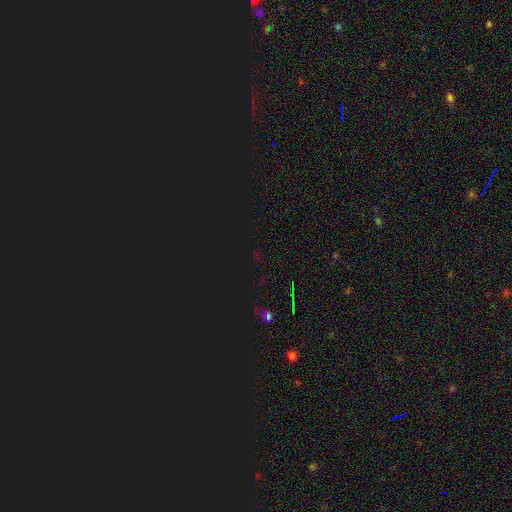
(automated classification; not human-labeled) A star or artifact, not a galaxy (81%).